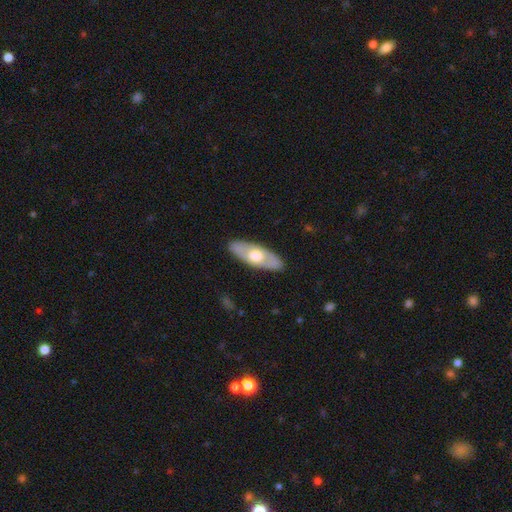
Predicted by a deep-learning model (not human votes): Morphology: type=smooth (48%, tied with featured or disk); merging=none (88%).